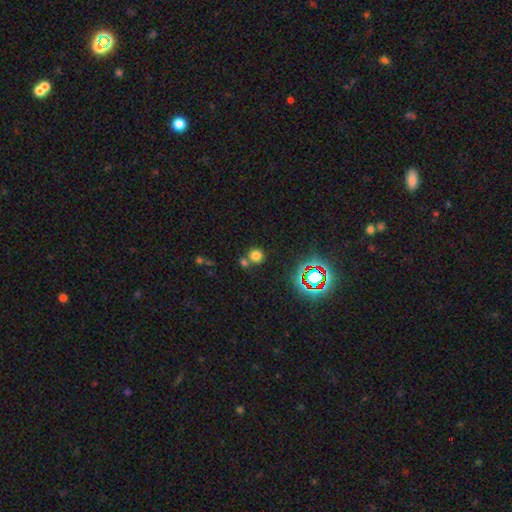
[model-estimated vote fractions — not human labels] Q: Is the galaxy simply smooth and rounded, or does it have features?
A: smooth — 71%.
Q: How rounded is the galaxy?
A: round — 91%.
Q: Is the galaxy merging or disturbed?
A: none — 65%.